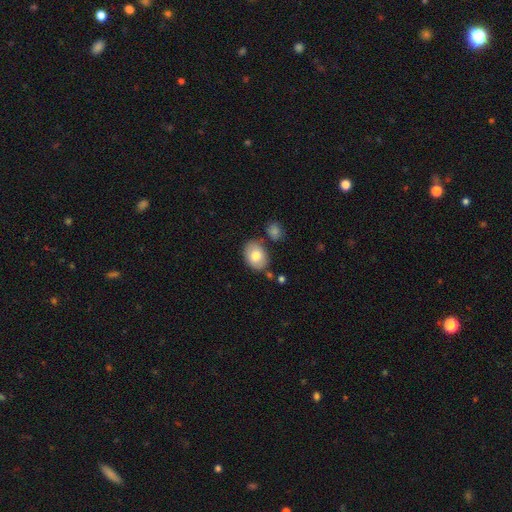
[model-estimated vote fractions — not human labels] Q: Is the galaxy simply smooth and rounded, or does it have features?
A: smooth — 76%.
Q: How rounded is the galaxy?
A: in between — 73%.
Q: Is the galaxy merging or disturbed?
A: none — 77%.